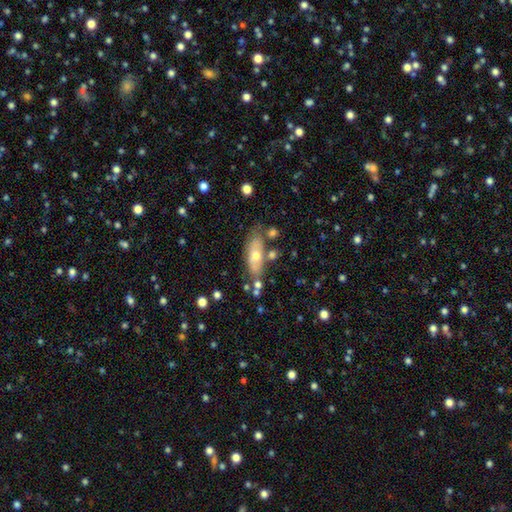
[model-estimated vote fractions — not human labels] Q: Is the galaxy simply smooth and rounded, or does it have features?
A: smooth — 50%.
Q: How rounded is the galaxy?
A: in between — 71%.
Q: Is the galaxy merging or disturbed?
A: none — 66%.